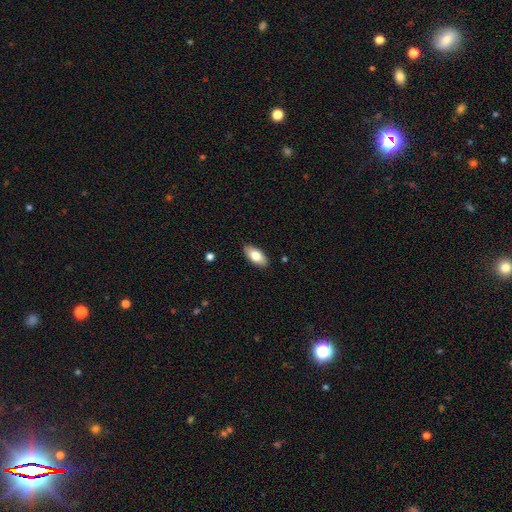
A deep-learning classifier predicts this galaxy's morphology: type=smooth (79%); roundness=in between (91%); merging=none (89%).